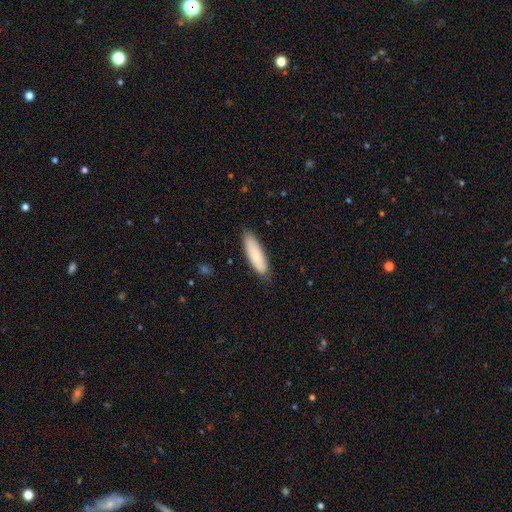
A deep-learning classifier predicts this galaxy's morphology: Overall: smooth (83%). How rounded: cigar-shaped (58%; in between 41%). Merging: none (83%).